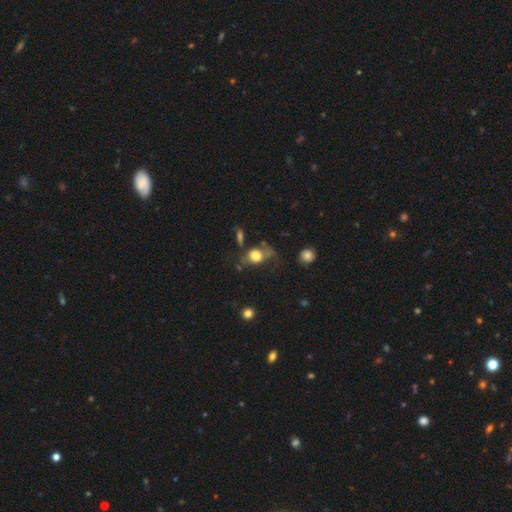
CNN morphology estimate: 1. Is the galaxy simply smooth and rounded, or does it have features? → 71% smooth, 18% featured or disk, 10% star or artifact.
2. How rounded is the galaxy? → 53% in between, 45% round, 2% cigar-shaped.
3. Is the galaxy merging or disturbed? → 40% none, 26% major disturbance, 25% minor disturbance, 10% merger.